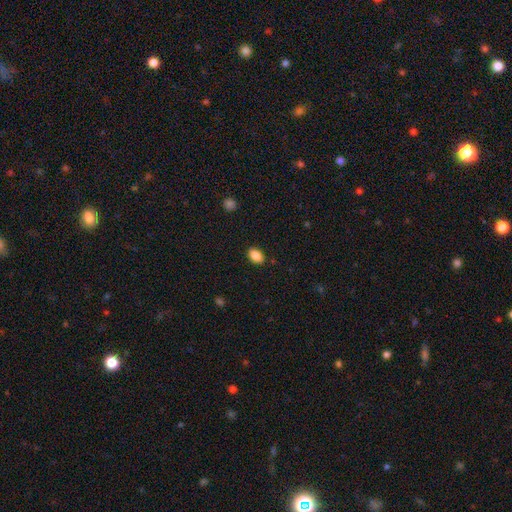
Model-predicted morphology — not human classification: type=smooth (88%); roundness=in between (84%); merging=none (88%).